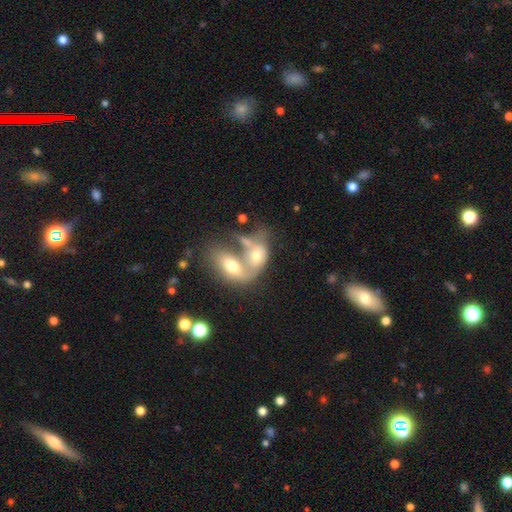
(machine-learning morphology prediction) This appears to be a smooth galaxy with no disk features (47%). Merging: merger (77%).